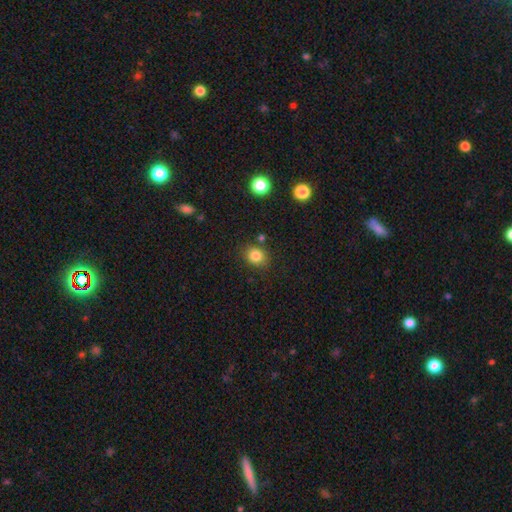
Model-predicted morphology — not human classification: Q: Smooth or featured?
A: smooth (83%); runner-up: star or artifact (11%)
Q: How rounded?
A: round (67%); runner-up: in between (32%)
Q: Merging?
A: none (80%); runner-up: minor disturbance (12%)